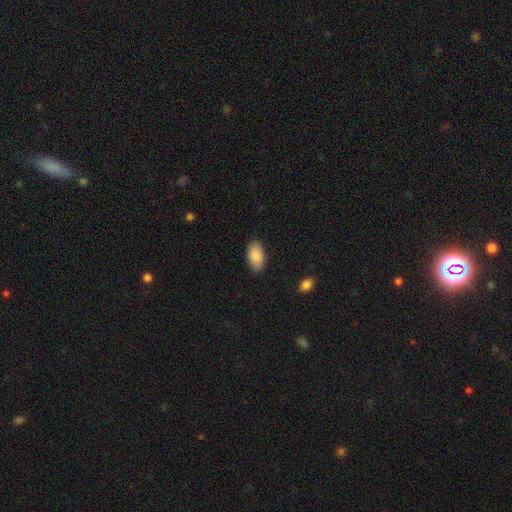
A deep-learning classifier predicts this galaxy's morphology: A smooth galaxy with no disk features (89%) that is in between round and cigar-shaped (95%).

Vote fractions:
- Smooth or featured? smooth: 89% / star or artifact: 6% / featured or disk: 5%
- How rounded? in between: 95% / round: 3% / cigar-shaped: 2%
- Merging? none: 88% / minor disturbance: 9% / major disturbance: 2% / merger: 1%